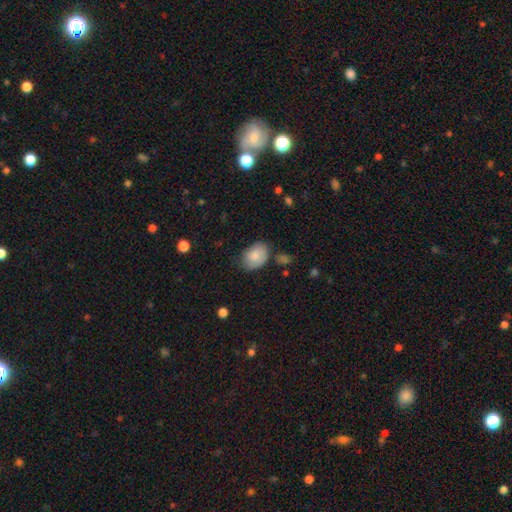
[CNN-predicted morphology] The model was most divided on "merging": none: 65%, minor disturbance: 25%, major disturbance: 6%, merger: 4%. More confident: smooth or featured — smooth (81%); how rounded — in between (80%).